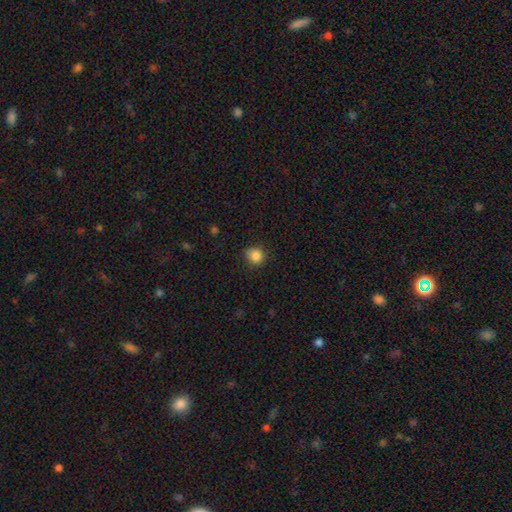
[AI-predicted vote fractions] The model was most divided on "merging": none: 79%, minor disturbance: 17%, major disturbance: 3%, merger: 1%. More confident: how rounded — round (86%); smooth or featured — smooth (85%).